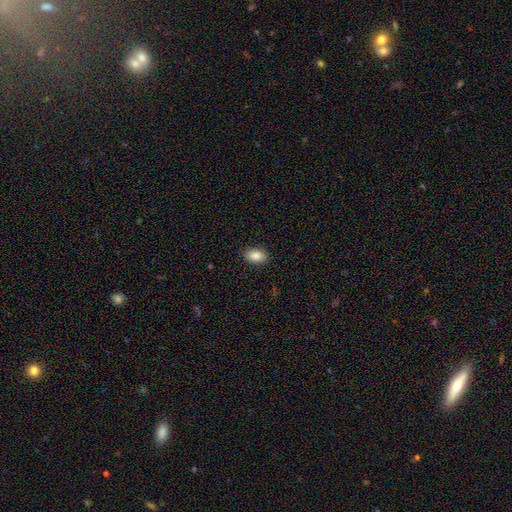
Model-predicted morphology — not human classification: Smooth or featured?
  - smooth: 88% *
  - star or artifact: 7%
  - featured or disk: 5%
How rounded?
  - in between: 90% *
  - round: 8%
  - cigar-shaped: 2%
Merging?
  - none: 89% *
  - minor disturbance: 8%
  - major disturbance: 2%
  - merger: 1%